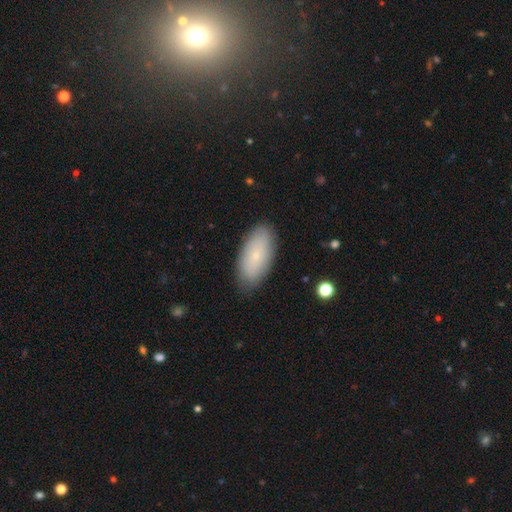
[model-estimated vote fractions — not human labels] Smooth or featured? Predicted: smooth (p=0.68). How rounded? Predicted: in between (p=0.91). Merging? Predicted: none (p=0.84).